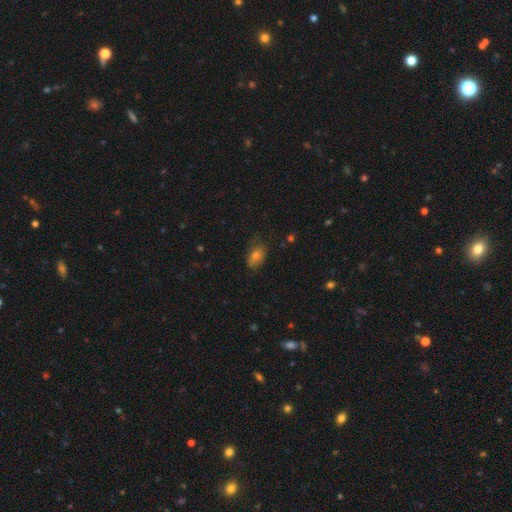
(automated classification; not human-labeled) smooth_or_featured: smooth (p=0.72) [alt: featured or disk p=0.14]
how_rounded: in between (p=0.84) [alt: round p=0.14]
merging: none (p=0.70) [alt: minor disturbance p=0.23]